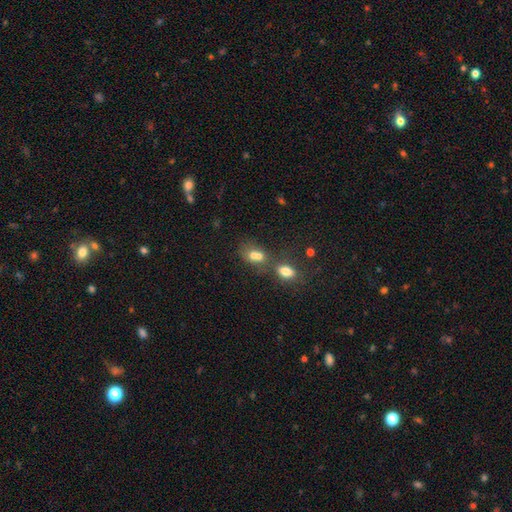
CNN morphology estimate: smooth_or_featured: smooth (p=0.69) [alt: featured or disk p=0.17]
how_rounded: in between (p=0.53) [alt: round p=0.45]
merging: merger (p=0.61) [alt: none p=0.26]